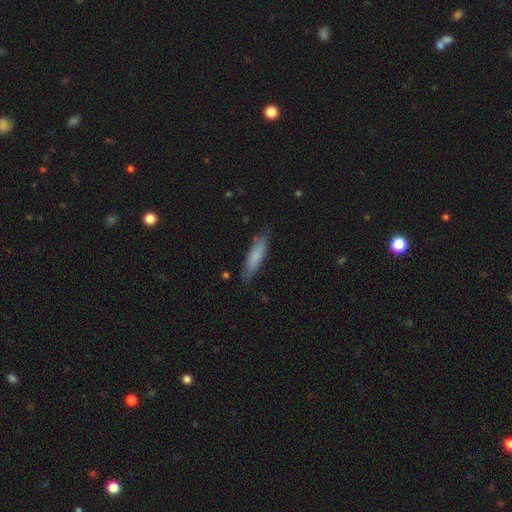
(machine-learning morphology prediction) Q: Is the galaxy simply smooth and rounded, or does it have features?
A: smooth — 79%.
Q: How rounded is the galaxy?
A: cigar-shaped — 68%.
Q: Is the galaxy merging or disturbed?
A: none — 81%.